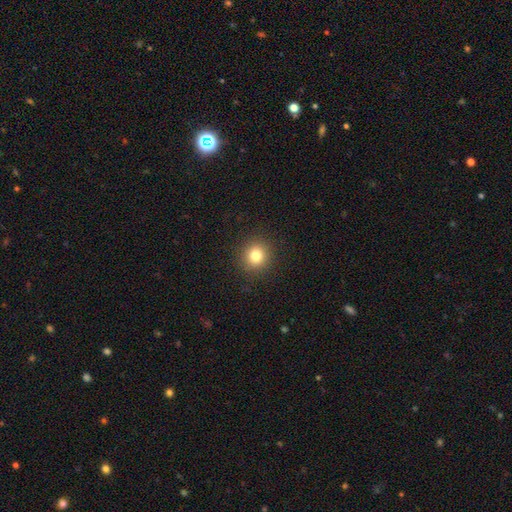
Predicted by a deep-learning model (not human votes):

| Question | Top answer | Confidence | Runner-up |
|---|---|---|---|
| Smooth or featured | smooth | 81% | star or artifact (13%) |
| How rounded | round | 91% | in between (8%) |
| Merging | none | 91% | minor disturbance (6%) |